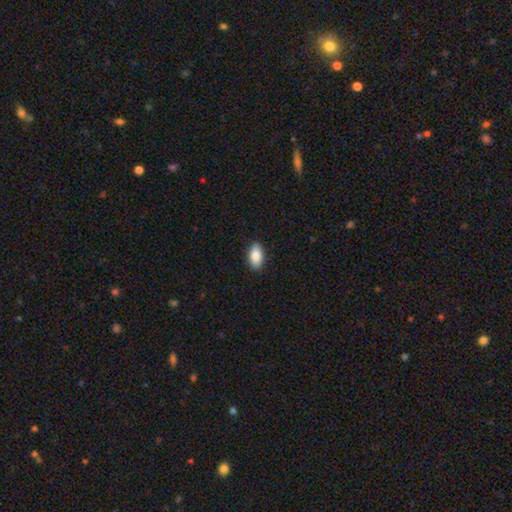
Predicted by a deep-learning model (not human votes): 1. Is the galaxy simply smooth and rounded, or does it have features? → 86% smooth, 7% featured or disk, 7% star or artifact.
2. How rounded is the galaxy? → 92% in between, 4% cigar-shaped, 4% round.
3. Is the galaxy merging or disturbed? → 88% none, 9% minor disturbance, 2% major disturbance, 1% merger.